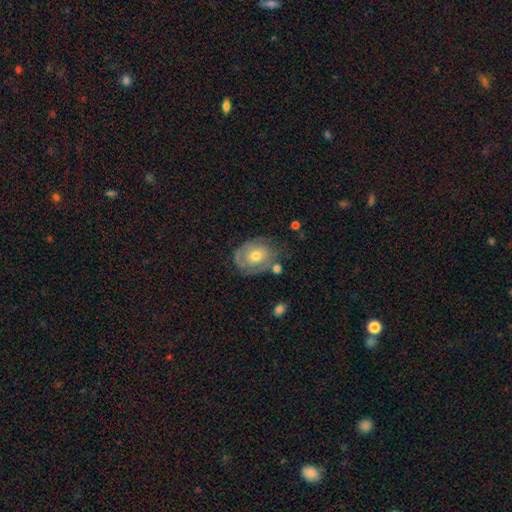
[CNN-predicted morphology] A featured or disk galaxy (64%) with no bar (80%), spiral arms (74%) and a moderate central bulge (63%). Merging: none (59%).